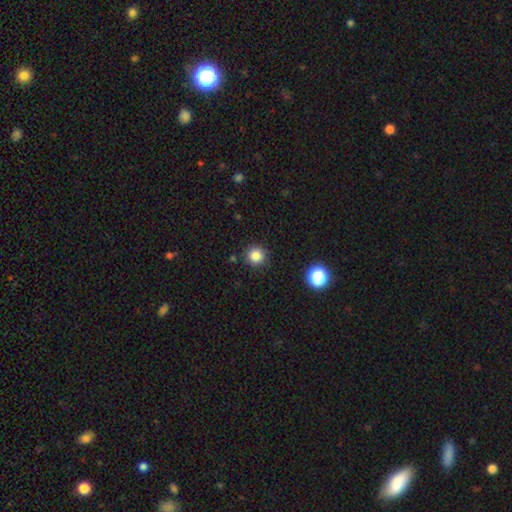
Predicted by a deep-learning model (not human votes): Smooth or featured?
  - smooth: 84% *
  - star or artifact: 12%
  - featured or disk: 4%
How rounded?
  - round: 95% *
  - in between: 4%
  - cigar-shaped: 1%
Merging?
  - none: 90% *
  - minor disturbance: 6%
  - major disturbance: 2%
  - merger: 2%